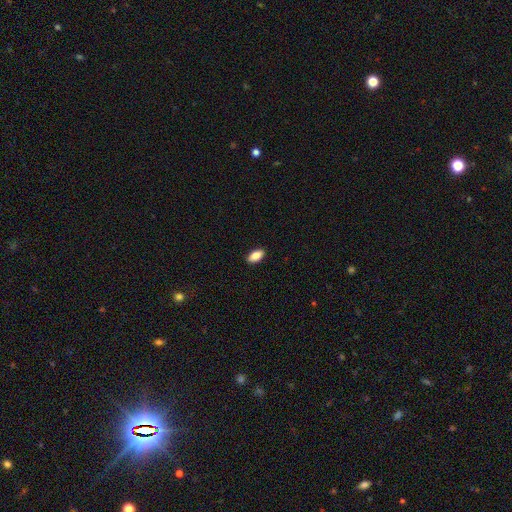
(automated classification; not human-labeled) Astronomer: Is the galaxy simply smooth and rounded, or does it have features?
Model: smooth — 84%.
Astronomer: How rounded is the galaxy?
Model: in between — 92%.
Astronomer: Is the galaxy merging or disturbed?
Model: none — 90%.